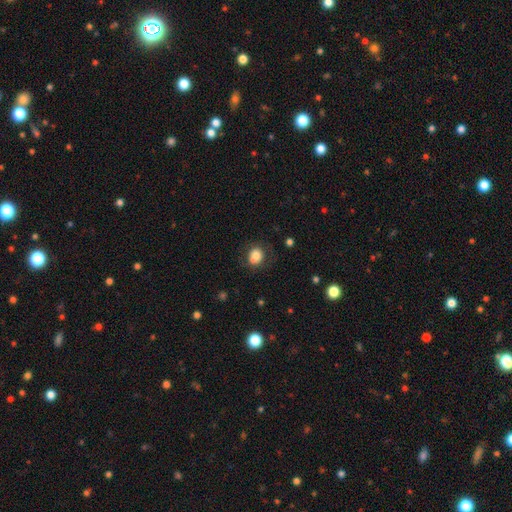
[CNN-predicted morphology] smooth_or_featured: smooth (p=0.79) [alt: featured or disk p=0.12]
how_rounded: round (p=0.60) [alt: in between p=0.39]
merging: none (p=0.72) [alt: minor disturbance p=0.17]